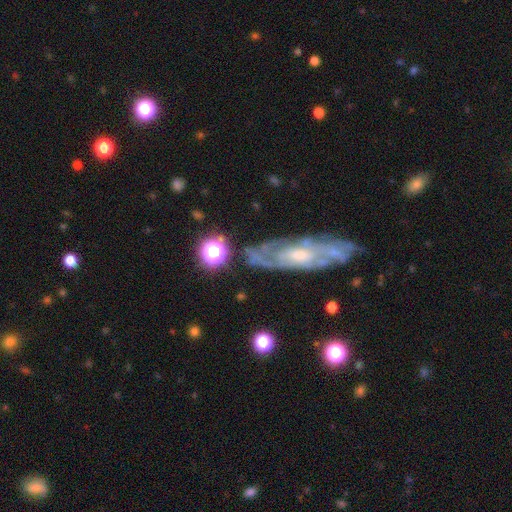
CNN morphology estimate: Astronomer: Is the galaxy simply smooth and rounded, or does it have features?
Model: featured or disk — 68%.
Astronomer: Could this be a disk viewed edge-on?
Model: no — 80%.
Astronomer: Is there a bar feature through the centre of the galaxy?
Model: no — 61%.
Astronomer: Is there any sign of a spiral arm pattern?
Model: yes — 76%.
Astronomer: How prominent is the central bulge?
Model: small — 49% (runner-up: moderate, 38%).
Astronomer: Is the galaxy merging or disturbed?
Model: none — 68%.